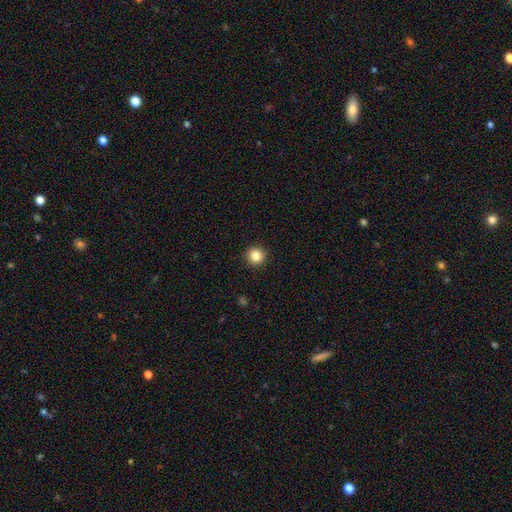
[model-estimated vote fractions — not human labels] Smooth or featured? Predicted: smooth (p=0.85). How rounded? Predicted: round (p=0.95). Merging? Predicted: none (p=0.93).